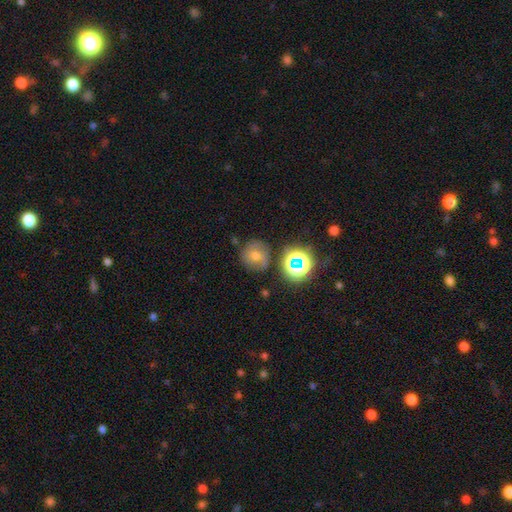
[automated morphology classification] type=smooth (41%); merging=none (77%).